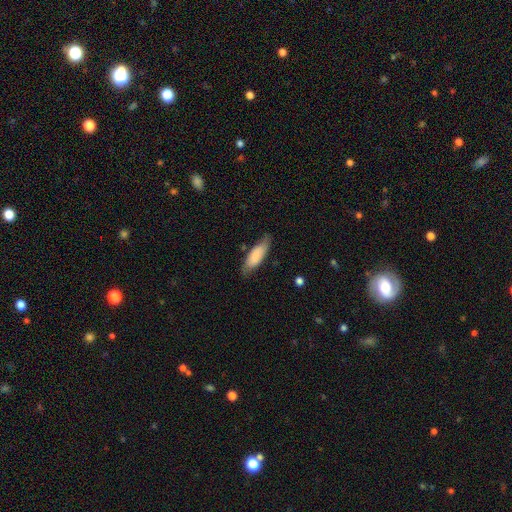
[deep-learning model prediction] A smooth galaxy with no disk features (78%) that is in between round and cigar-shaped (59%). Merging: none (75%).